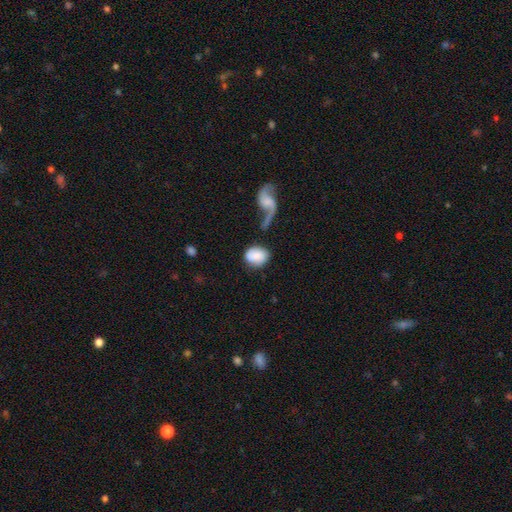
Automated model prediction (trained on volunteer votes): The model was most divided on "how rounded": in between: 52%, round: 46%, cigar-shaped: 1%. Remaining: smooth or featured — smooth (73%); merging — none (50%).